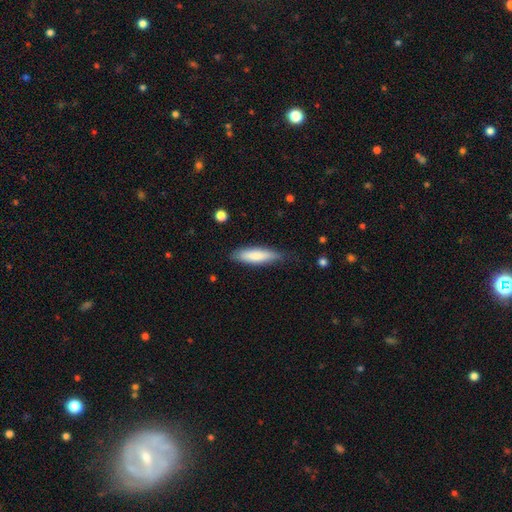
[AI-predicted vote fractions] smooth_or_featured: smooth (p=0.80) [alt: featured or disk p=0.15]
how_rounded: cigar-shaped (p=0.62) [alt: in between p=0.37]
merging: none (p=0.73) [alt: minor disturbance p=0.21]